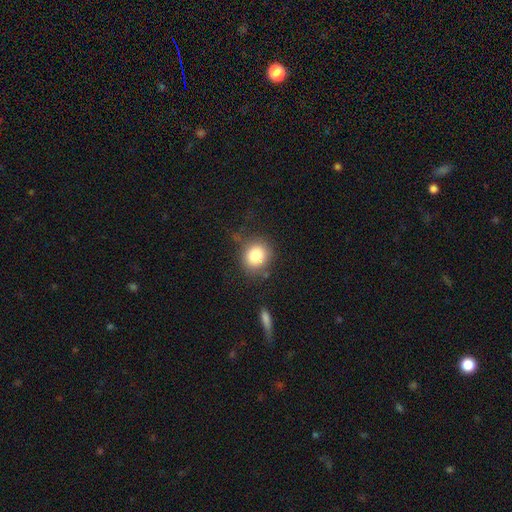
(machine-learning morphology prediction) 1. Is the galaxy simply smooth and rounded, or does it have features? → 83% smooth, 9% star or artifact, 8% featured or disk.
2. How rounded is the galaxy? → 81% round, 18% in between, 1% cigar-shaped.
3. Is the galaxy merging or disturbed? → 72% none, 17% minor disturbance, 7% major disturbance, 4% merger.